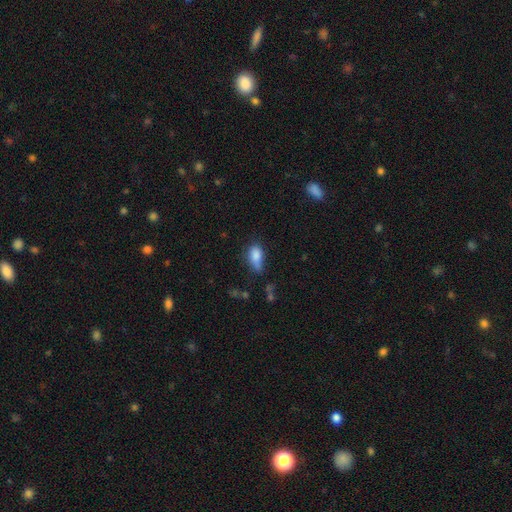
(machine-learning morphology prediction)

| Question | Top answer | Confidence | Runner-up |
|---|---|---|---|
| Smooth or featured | smooth | 81% | featured or disk (10%) |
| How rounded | in between | 86% | round (7%) |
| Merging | minor disturbance | 40% | none (37%) |